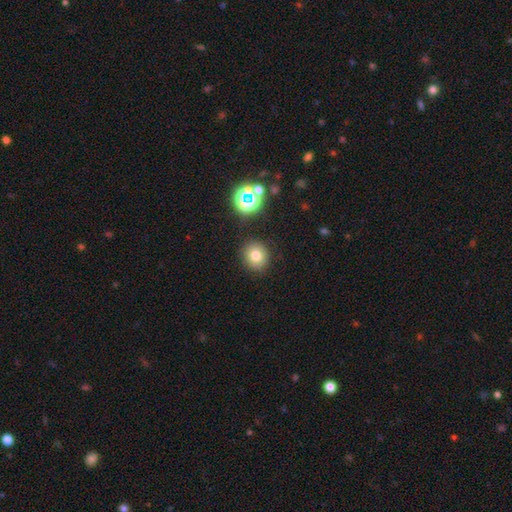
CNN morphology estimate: This is likely a smooth galaxy (74%). How rounded: clearly round (87%). Merging: clearly none (87%).